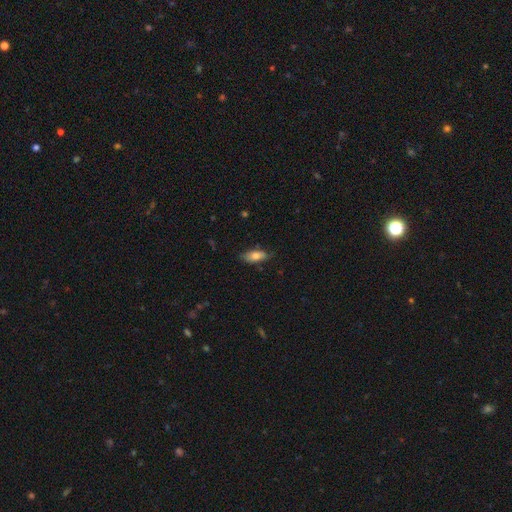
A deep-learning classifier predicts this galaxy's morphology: smooth-or-featured: smooth: 74% | featured or disk: 19% | star or artifact: 7%
  how-rounded: in between: 82% | cigar-shaped: 15% | round: 3%
  merging: none: 75% | minor disturbance: 20% | major disturbance: 3% | merger: 1%